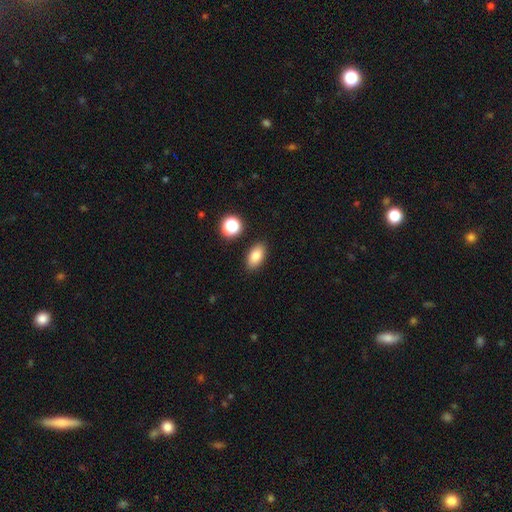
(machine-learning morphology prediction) A smooth galaxy with no disk features (82%) that is in between round and cigar-shaped (90%). Merging: none (87%).